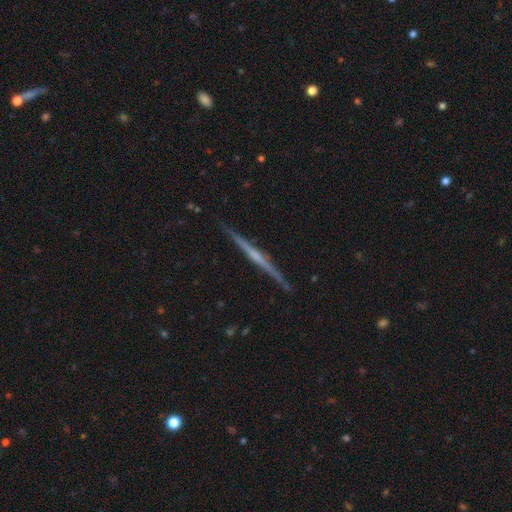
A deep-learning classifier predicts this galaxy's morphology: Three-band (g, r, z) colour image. It shows a featured or disk galaxy (77%) viewed edge-on (98%) with no central bulge (49%). Merging: none (91%).